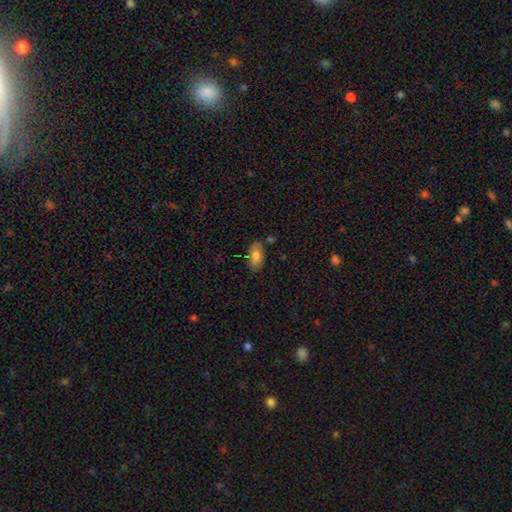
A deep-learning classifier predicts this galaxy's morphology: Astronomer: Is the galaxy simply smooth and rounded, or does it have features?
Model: smooth — 78%.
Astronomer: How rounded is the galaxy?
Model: in between — 91%.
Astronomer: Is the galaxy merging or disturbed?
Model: none — 78%.